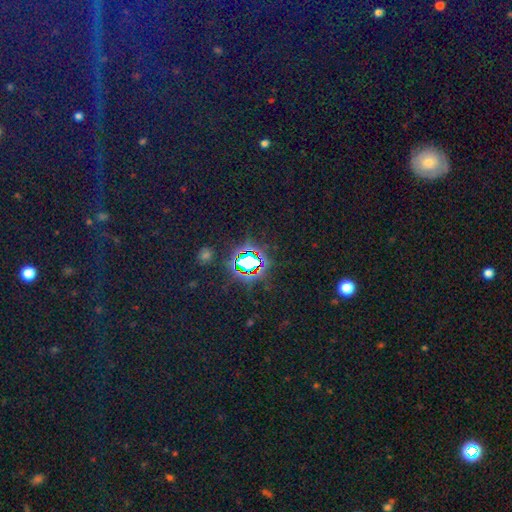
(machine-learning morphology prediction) This is likely a star or artifact rather than a galaxy (80%).